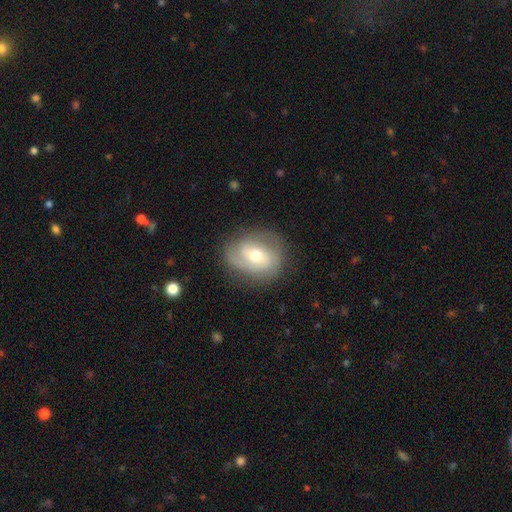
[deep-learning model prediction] Smooth or featured? featured or disk (69%)
Edge-on disk? no (96%)
Bar? no (53%)
Spiral arms? yes (90%)
Spiral winding? medium (42%)
Spiral arm count? 2 (49%)
Bulge size? moderate (67%)
Merging? none (74%)